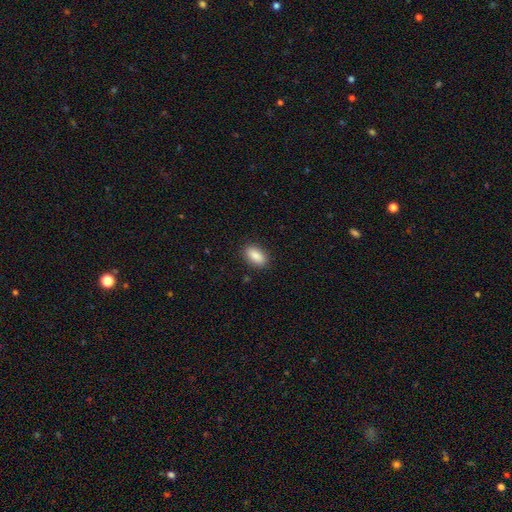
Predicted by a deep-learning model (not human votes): smooth 88%, star or artifact 7%, featured or disk 5%. Down the decision tree: how rounded — in between (90%); merging — none (88%).